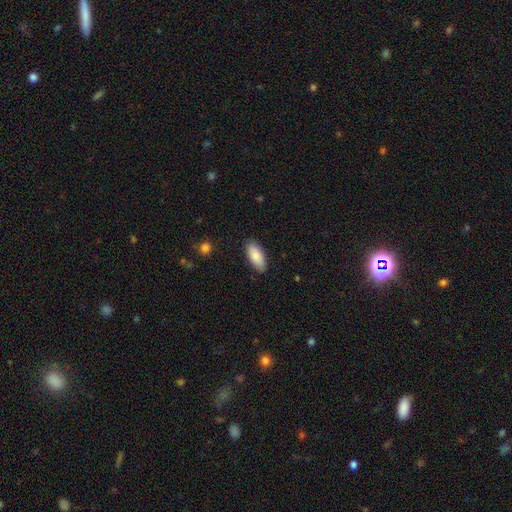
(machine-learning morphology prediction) type=smooth (87%); roundness=in between (86%); merging=none (85%).